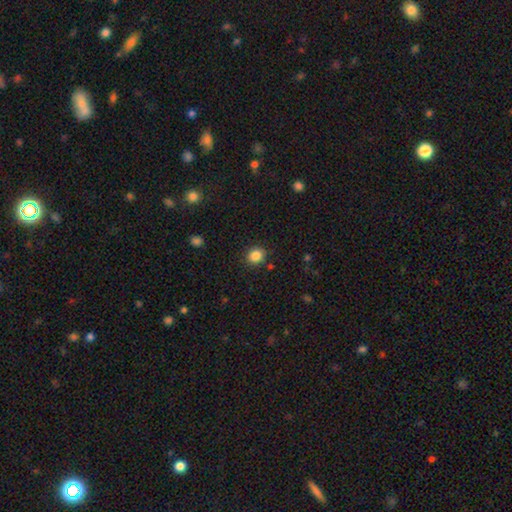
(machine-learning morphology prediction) Smooth or featured? Predicted: smooth (p=0.86). How rounded? Predicted: round (p=0.72). Merging? Predicted: none (p=0.86).